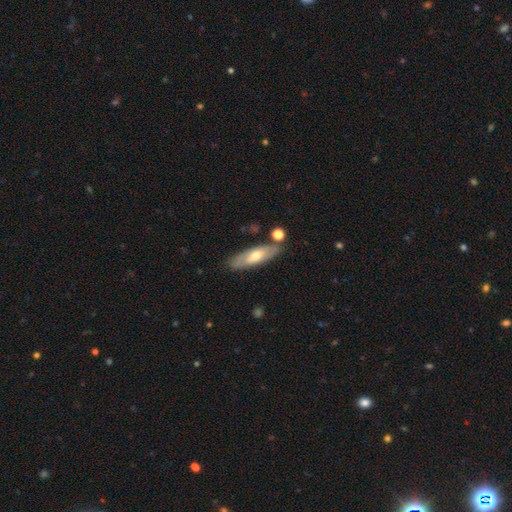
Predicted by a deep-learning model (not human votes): The model was most divided on "smooth or featured": featured or disk: 47%, smooth: 46%, star or artifact: 6%. More confident: merging — none (78%).